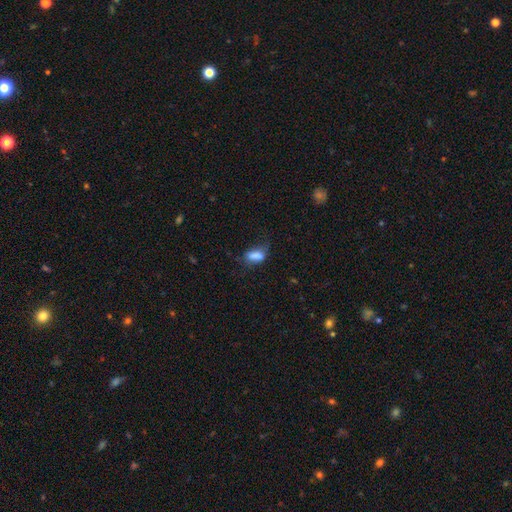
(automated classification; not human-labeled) Morphology: type=smooth (78%); roundness=in between (82%); merging=none (39%).